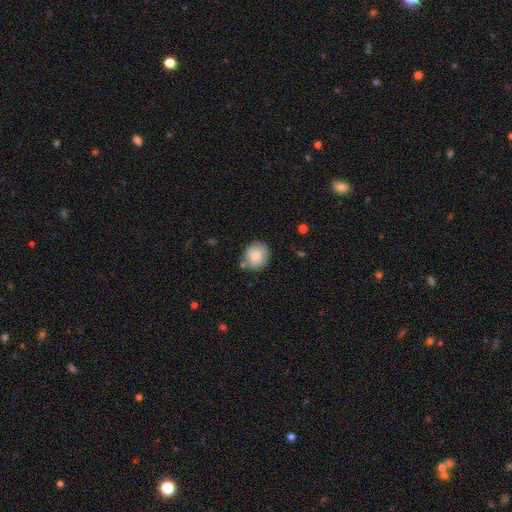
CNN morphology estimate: smooth_or_featured: smooth (p=0.79) [alt: featured or disk p=0.13]
how_rounded: round (p=0.81) [alt: in between p=0.18]
merging: none (p=0.76) [alt: minor disturbance p=0.15]